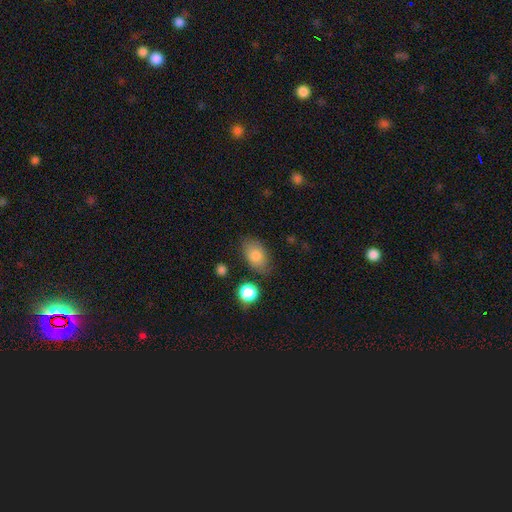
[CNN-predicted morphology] This appears to be a smooth galaxy with no disk features (82%) that is in between round and cigar-shaped (88%). Merging: none (75%).